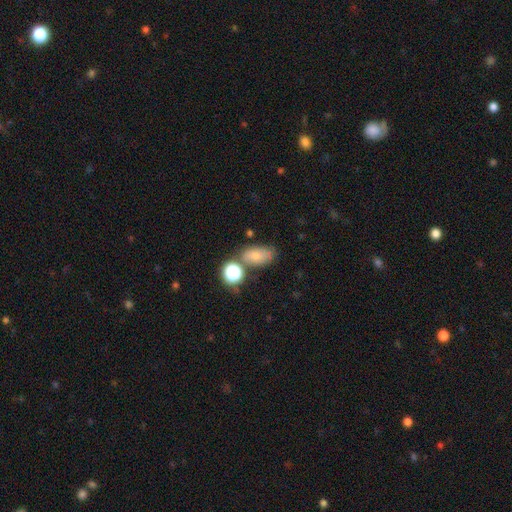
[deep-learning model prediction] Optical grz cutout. It shows a smooth galaxy with no disk features (71%) that is in between round and cigar-shaped (83%). Merging: none (56%).